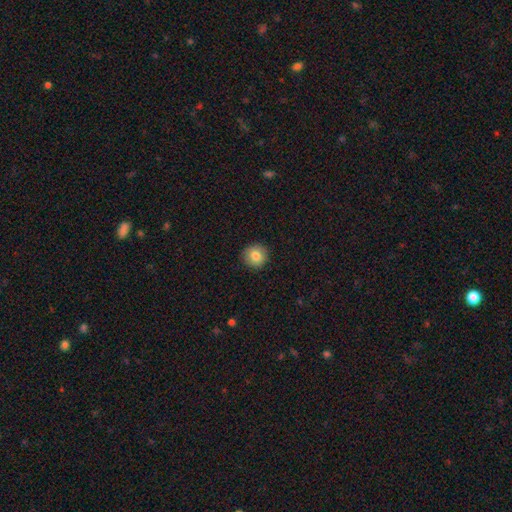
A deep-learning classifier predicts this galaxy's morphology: smooth-or-featured: smooth: 82% | star or artifact: 9% | featured or disk: 9%
  how-rounded: round: 93% | in between: 6% | cigar-shaped: 1%
  merging: none: 92% | minor disturbance: 6% | major disturbance: 2% | merger: 1%